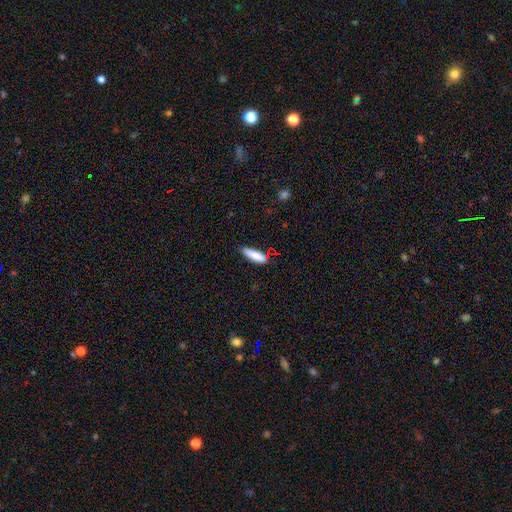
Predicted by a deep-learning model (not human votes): smooth 84%, featured or disk 10%, star or artifact 6%. Down the decision tree: how rounded — cigar-shaped (68%); merging — none (77%).